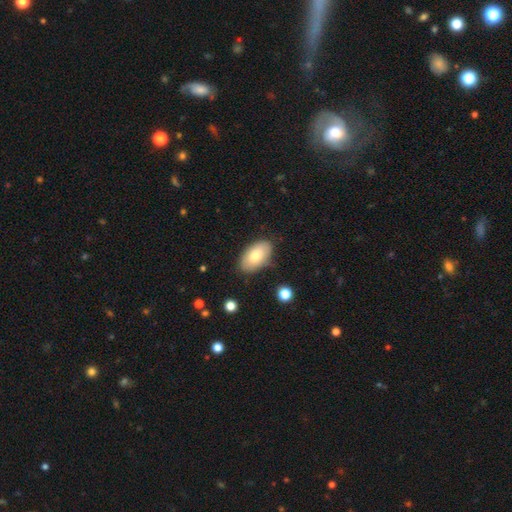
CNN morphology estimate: smooth-or-featured: smooth: 74% | featured or disk: 19% | star or artifact: 6%
  how-rounded: in between: 95% | round: 4% | cigar-shaped: 2%
  merging: none: 80% | minor disturbance: 15% | major disturbance: 3% | merger: 2%